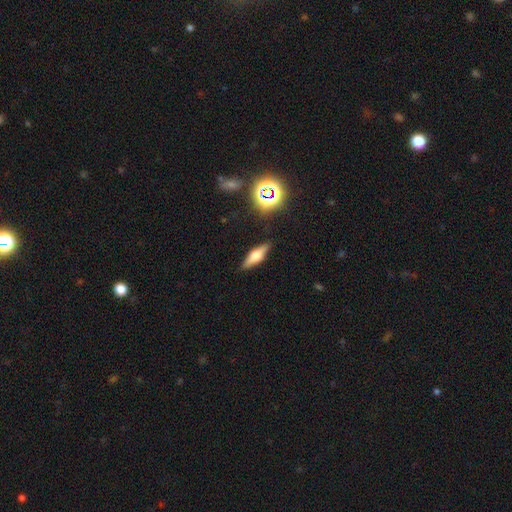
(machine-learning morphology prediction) This is possibly a featured or disk galaxy (54%). It is clearly viewed edge-on (93%). Edge-on bulge: clearly rounded (89%). Merging: clearly none (88%).